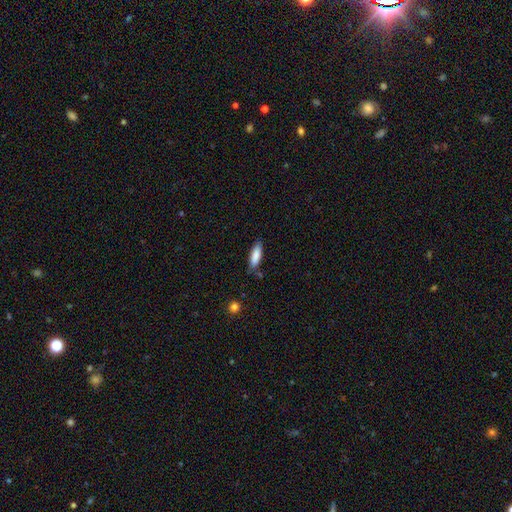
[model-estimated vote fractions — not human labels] smooth 85%, featured or disk 9%, star or artifact 6%. Down the decision tree: how rounded — cigar-shaped (52%); merging — none (79%).